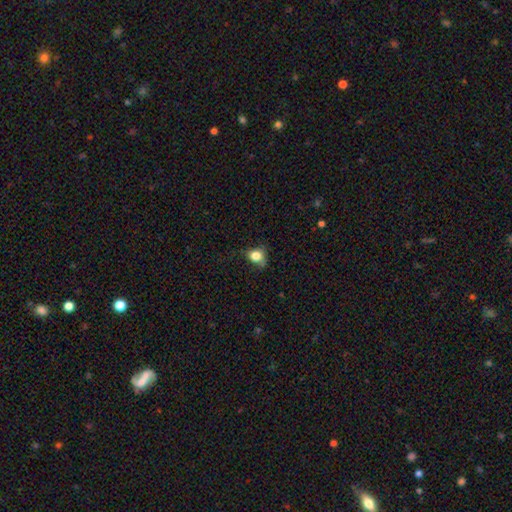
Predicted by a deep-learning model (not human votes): The model was most divided on "merging": none: 52%, minor disturbance: 33%, major disturbance: 13%, merger: 2%. More confident: smooth or featured — smooth (81%); how rounded — round (64%).